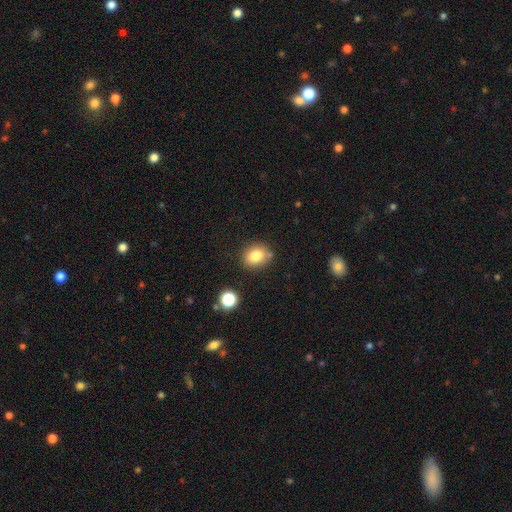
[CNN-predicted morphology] Smooth or featured: smooth — 82% (star or artifact — 11%)
How rounded: round — 55% (in between — 44%)
Merging: none — 77% (minor disturbance — 14%)